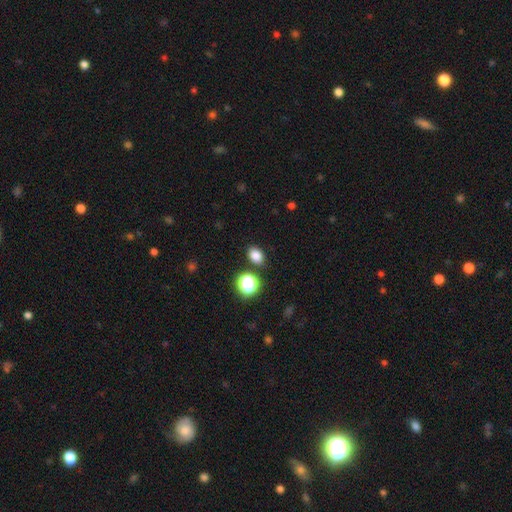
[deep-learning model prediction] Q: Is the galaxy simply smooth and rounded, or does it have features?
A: smooth — 81%.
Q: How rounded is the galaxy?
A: in between — 67%.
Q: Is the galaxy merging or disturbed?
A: none — 84%.